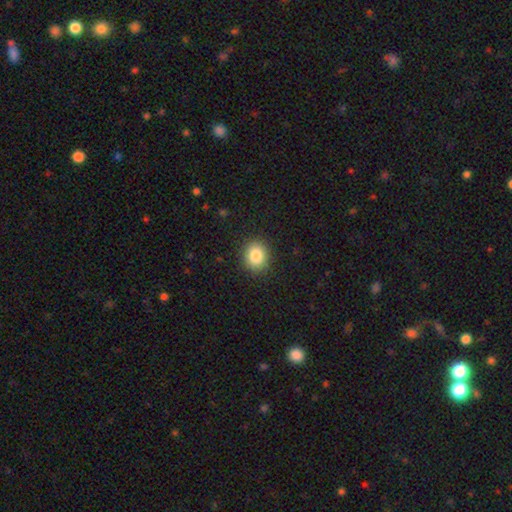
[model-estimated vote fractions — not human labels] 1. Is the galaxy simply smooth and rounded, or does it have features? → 84% smooth, 10% star or artifact, 6% featured or disk.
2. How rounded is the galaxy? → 69% round, 30% in between, 1% cigar-shaped.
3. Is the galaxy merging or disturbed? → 89% none, 7% minor disturbance, 2% major disturbance, 1% merger.